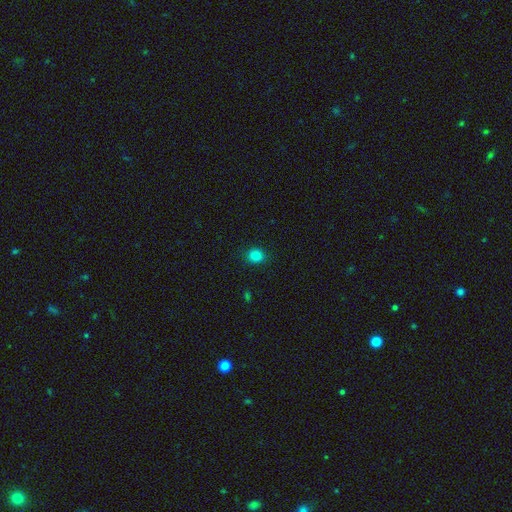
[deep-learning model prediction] smooth-or-featured: smooth: 84% | star or artifact: 13% | featured or disk: 4%
  how-rounded: round: 82% | in between: 17% | cigar-shaped: 1%
  merging: none: 90% | minor disturbance: 7% | major disturbance: 2% | merger: 1%